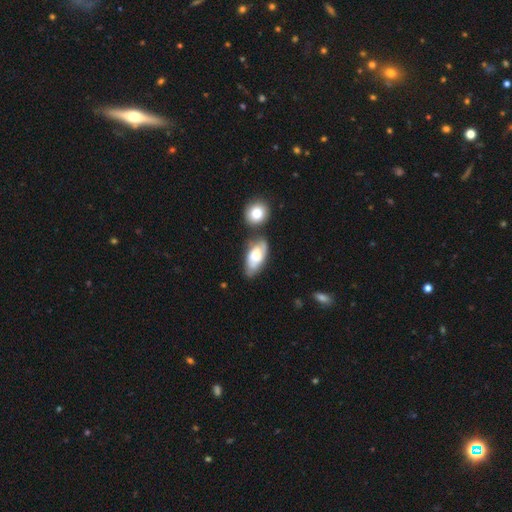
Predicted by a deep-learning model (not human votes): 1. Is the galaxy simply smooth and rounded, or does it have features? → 56% smooth, 37% featured or disk, 7% star or artifact.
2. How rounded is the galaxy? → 89% in between, 6% cigar-shaped, 5% round.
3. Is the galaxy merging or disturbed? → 49% none, 23% minor disturbance, 20% merger, 8% major disturbance.